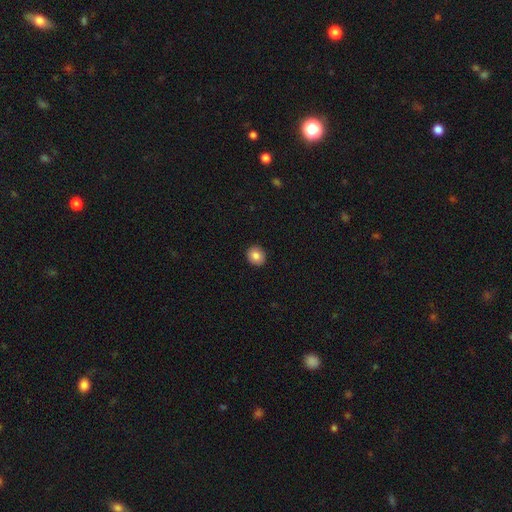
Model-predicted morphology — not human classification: Smooth or featured?
  - smooth: 84% *
  - star or artifact: 9%
  - featured or disk: 7%
How rounded?
  - round: 80% *
  - in between: 19%
  - cigar-shaped: 1%
Merging?
  - none: 92% *
  - minor disturbance: 6%
  - major disturbance: 2%
  - merger: 1%